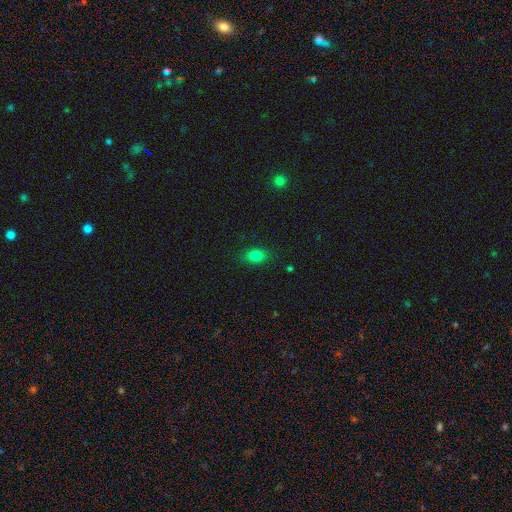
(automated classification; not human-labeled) Smooth or featured? Predicted: smooth (p=0.80). How rounded? Predicted: in between (p=0.80). Merging? Predicted: none (p=0.85).